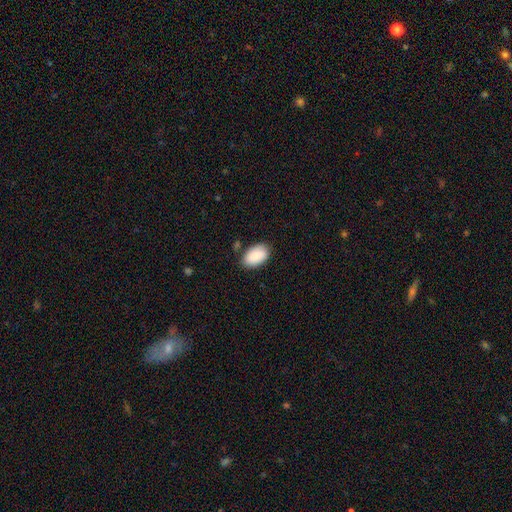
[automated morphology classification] A smooth galaxy with no disk features (88%) that is in between round and cigar-shaped (93%). Merging: none (78%).